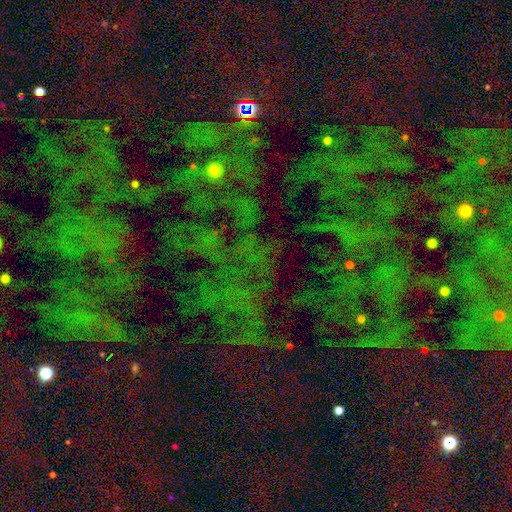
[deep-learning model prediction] smooth-or-featured: star or artifact: 74% | smooth: 15% | featured or disk: 11%